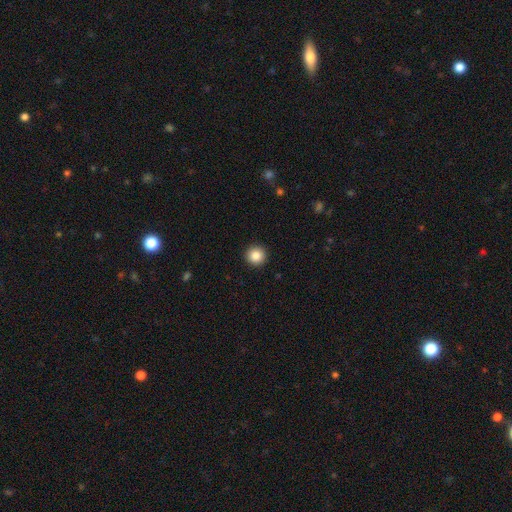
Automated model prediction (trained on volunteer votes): smooth-or-featured: smooth: 85% | star or artifact: 10% | featured or disk: 5%
  how-rounded: round: 96% | in between: 3% | cigar-shaped: 1%
  merging: none: 93% | minor disturbance: 4% | major disturbance: 1% | merger: 1%